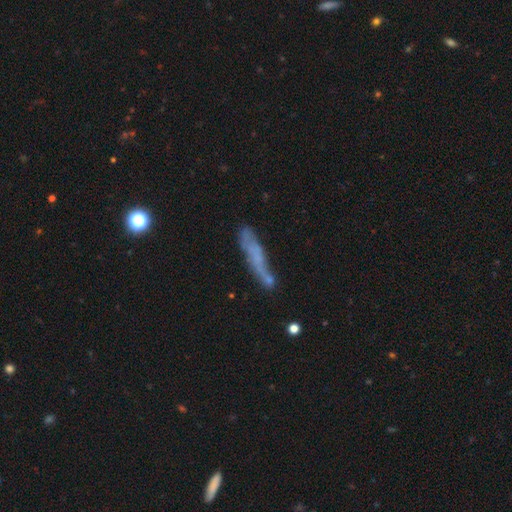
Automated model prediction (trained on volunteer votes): This appears to be a smooth galaxy with no disk features (48%). Merging: none (55%).